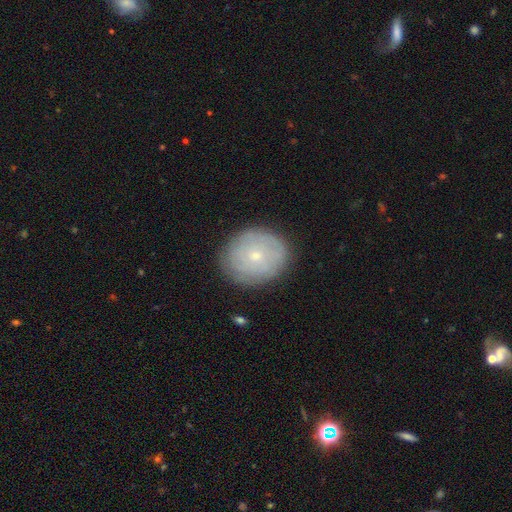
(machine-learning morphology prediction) A featured or disk galaxy (48%). Merging: none (83%).